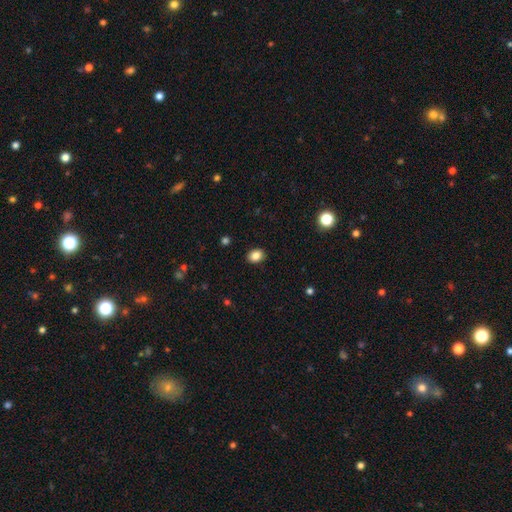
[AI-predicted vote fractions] The model was most divided on "how rounded": in between: 65%, round: 34%, cigar-shaped: 1%. More confident: merging — none (90%); smooth or featured — smooth (86%).